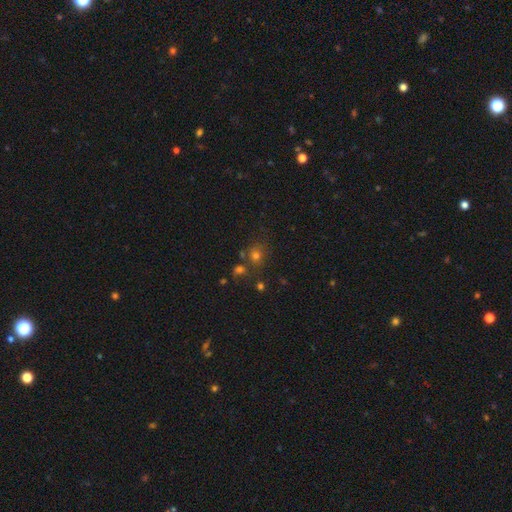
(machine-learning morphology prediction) Smooth or featured?
  - smooth: 60% *
  - star or artifact: 31%
  - featured or disk: 9%
How rounded?
  - round: 81% *
  - in between: 18%
  - cigar-shaped: 1%
Merging?
  - none: 69% *
  - merger: 17%
  - minor disturbance: 10%
  - major disturbance: 4%